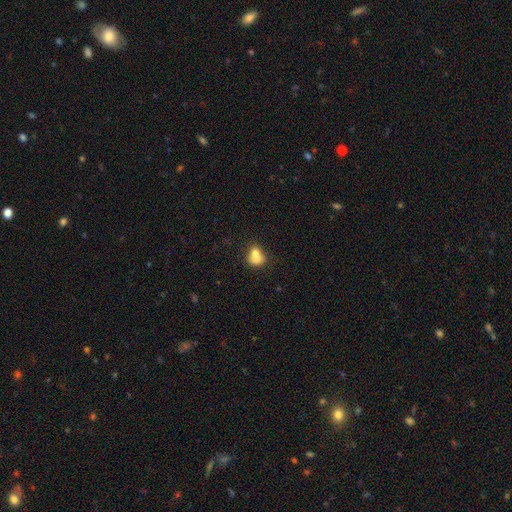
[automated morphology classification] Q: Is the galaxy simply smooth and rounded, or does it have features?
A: smooth — 70%.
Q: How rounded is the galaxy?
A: in between — 50%.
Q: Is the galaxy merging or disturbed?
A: merger — 56%.